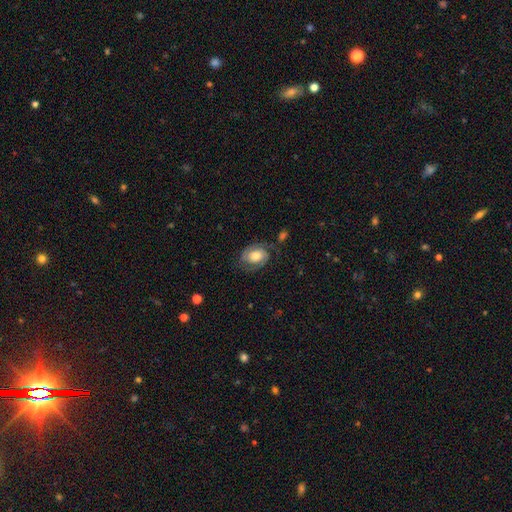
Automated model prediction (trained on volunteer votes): Morphology: type=featured or disk (75%); edge-on=no (97%); bar=no (69%); spiral arms=yes (93%); winding=tight (50%); arm count=2 (87%); bulge=moderate (56%); merging=none (71%).